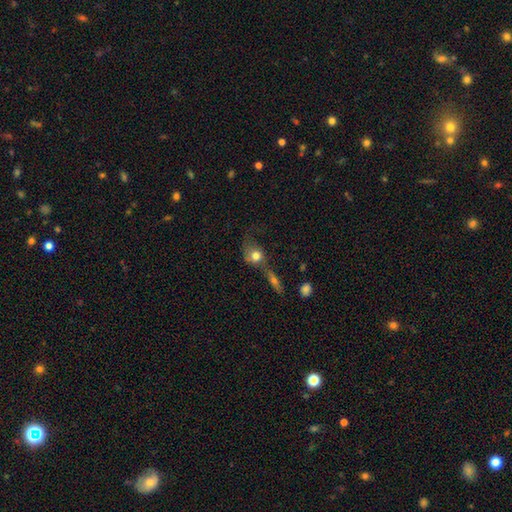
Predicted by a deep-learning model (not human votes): smooth-or-featured: smooth: 69% | featured or disk: 22% | star or artifact: 10%
  how-rounded: round: 58% | in between: 38% | cigar-shaped: 3%
  merging: merger: 41% | none: 28% | major disturbance: 17% | minor disturbance: 15%